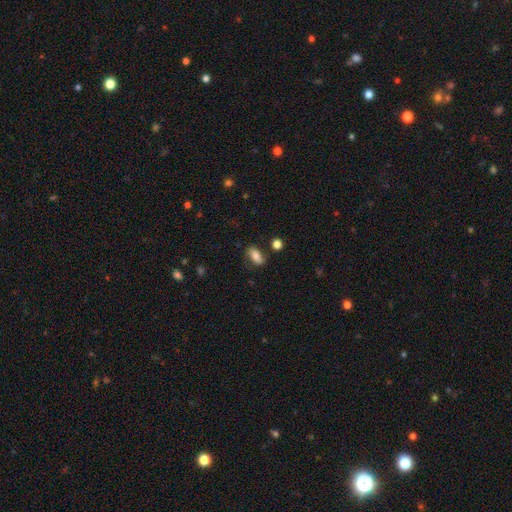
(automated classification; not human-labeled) Smooth or featured?
  - smooth: 70% *
  - featured or disk: 21%
  - star or artifact: 9%
How rounded?
  - in between: 86% *
  - cigar-shaped: 7%
  - round: 7%
Merging?
  - none: 69% *
  - minor disturbance: 20%
  - major disturbance: 7%
  - merger: 4%